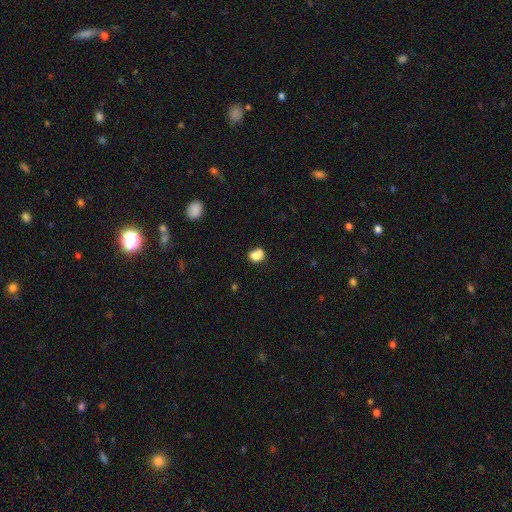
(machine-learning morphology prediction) A smooth galaxy with no disk features (81%) that is round (58%). Merging: none (52%).